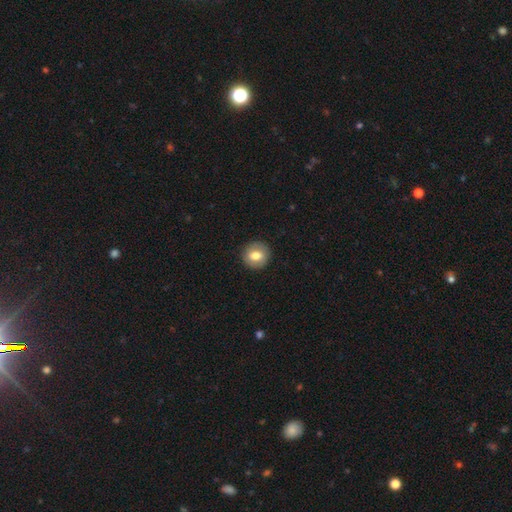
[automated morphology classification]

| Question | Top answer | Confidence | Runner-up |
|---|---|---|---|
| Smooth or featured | smooth | 75% | featured or disk (18%) |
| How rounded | round | 88% | in between (11%) |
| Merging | none | 90% | minor disturbance (7%) |